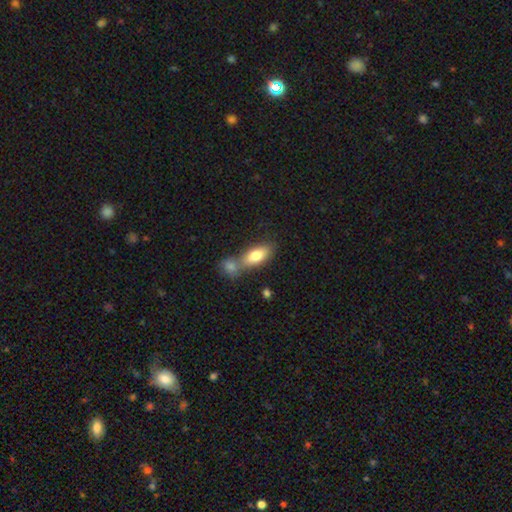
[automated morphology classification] Overall: smooth (79%). How rounded: in between (85%). Merging: none (43%; merger 42%).